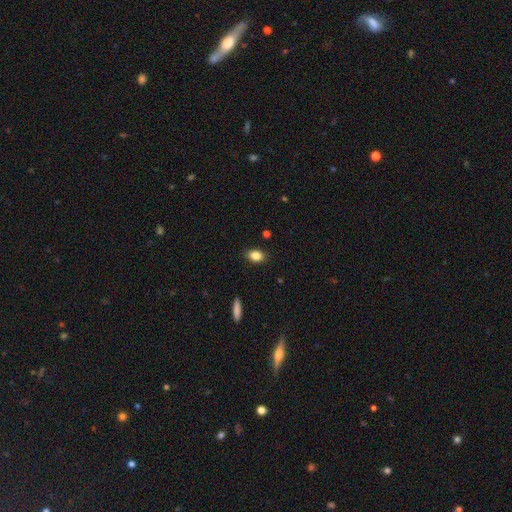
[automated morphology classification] type=smooth (84%); roundness=in between (81%); merging=none (85%).